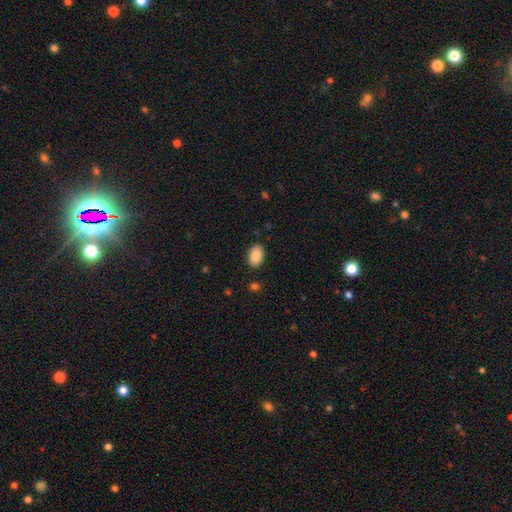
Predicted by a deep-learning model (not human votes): Morphology: type=smooth (89%); roundness=in between (90%); merging=none (88%).